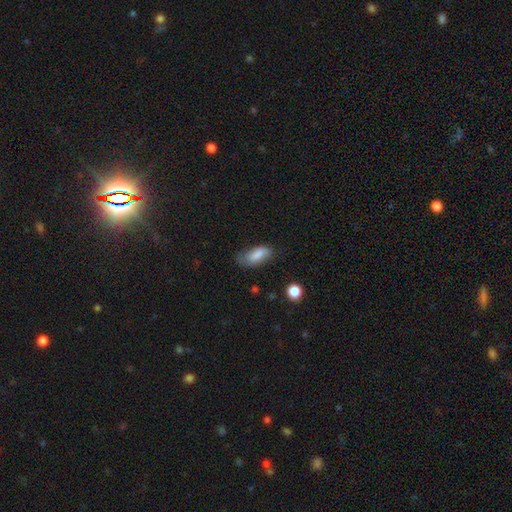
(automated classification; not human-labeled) A smooth galaxy with no disk features (71%) that is in between round and cigar-shaped (83%).

Vote fractions:
- Smooth or featured? smooth: 71% / featured or disk: 18% / star or artifact: 11%
- How rounded? in between: 83% / cigar-shaped: 14% / round: 4%
- Merging? none: 62% / minor disturbance: 28% / major disturbance: 8% / merger: 2%